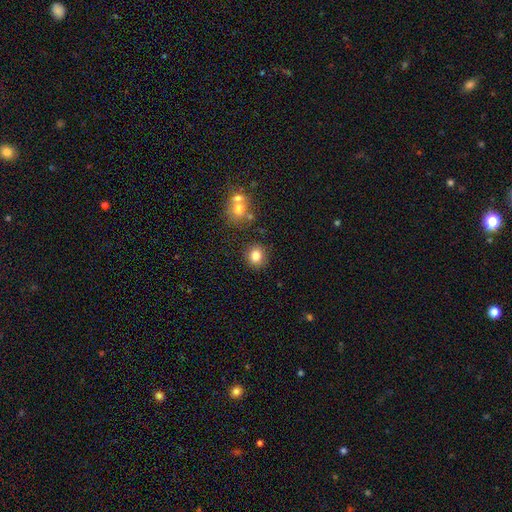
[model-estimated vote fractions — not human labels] Morphology: type=smooth (83%); roundness=round (79%); merging=none (84%).